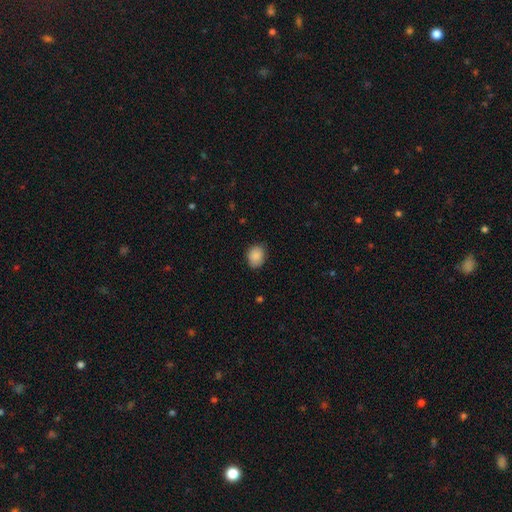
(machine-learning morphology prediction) Smooth or featured? smooth (88%)
How rounded? in between (56%)
Merging? none (80%)